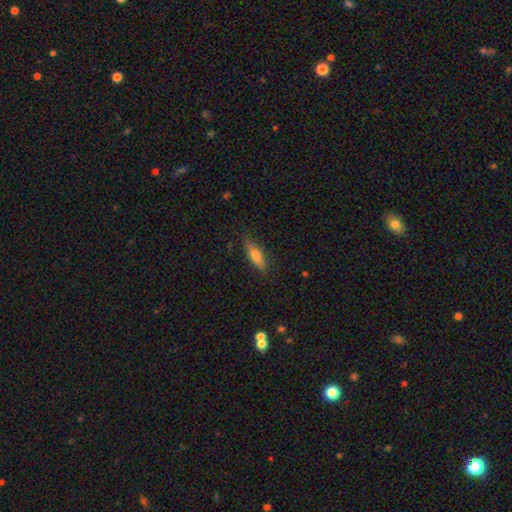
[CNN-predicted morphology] Smooth or featured? Predicted: smooth (p=0.70). How rounded? Predicted: cigar-shaped (p=0.49). Merging? Predicted: none (p=0.81).